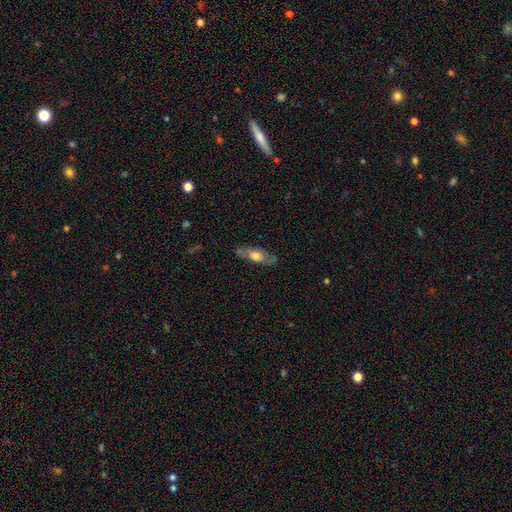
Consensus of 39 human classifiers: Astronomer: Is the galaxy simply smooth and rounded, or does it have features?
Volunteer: featured or disk — 59% (runner-up: smooth, 38%).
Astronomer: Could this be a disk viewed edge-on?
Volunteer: yes — 70%.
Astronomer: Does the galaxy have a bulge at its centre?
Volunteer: rounded — 81%.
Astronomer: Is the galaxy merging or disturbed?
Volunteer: none — 68%.